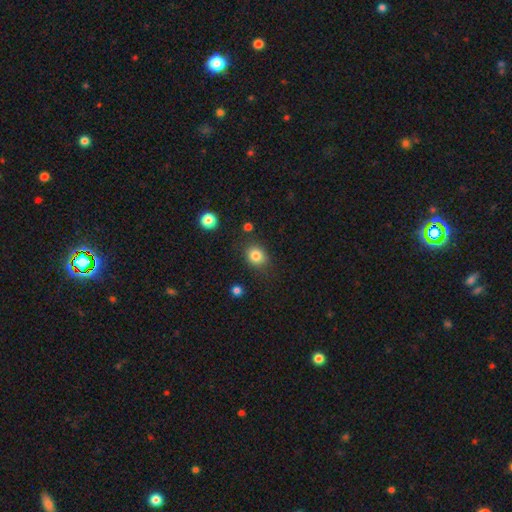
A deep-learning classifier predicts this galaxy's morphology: The model was most divided on "how rounded": round: 69%, in between: 30%, cigar-shaped: 1%. More confident: smooth or featured — smooth (83%); merging — none (82%).